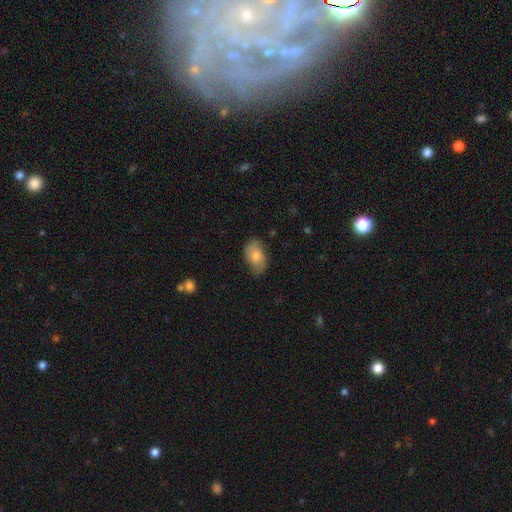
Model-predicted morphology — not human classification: This is likely a smooth galaxy (68%). How rounded: clearly in between (91%). Merging: likely none (71%).